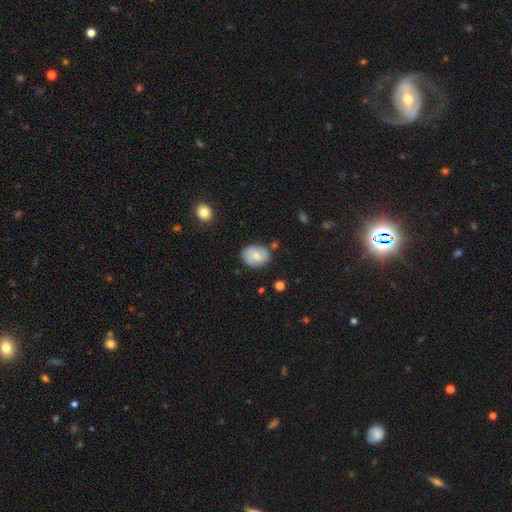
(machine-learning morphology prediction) A smooth galaxy with no disk features (59%) that is in between round and cigar-shaped (58%). Merging: none (75%).